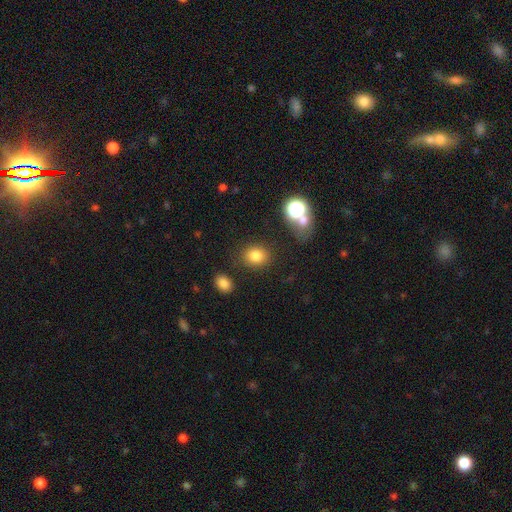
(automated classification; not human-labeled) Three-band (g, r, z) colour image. It shows a smooth galaxy with no disk features (81%) that is round (62%). Merging: none (82%).